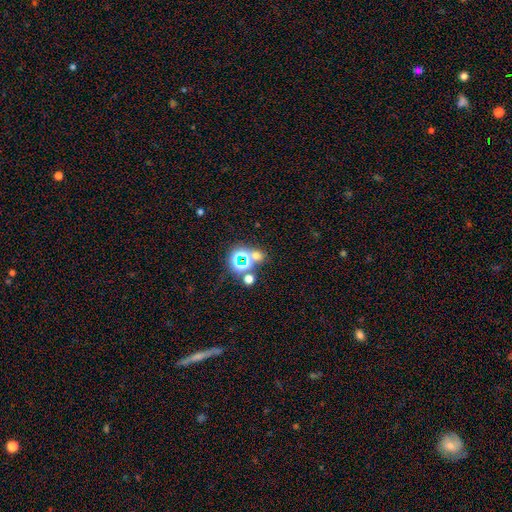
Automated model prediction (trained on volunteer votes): smooth 45%, star or artifact 44%, featured or disk 12%. Down the decision tree: merging — none (57%).